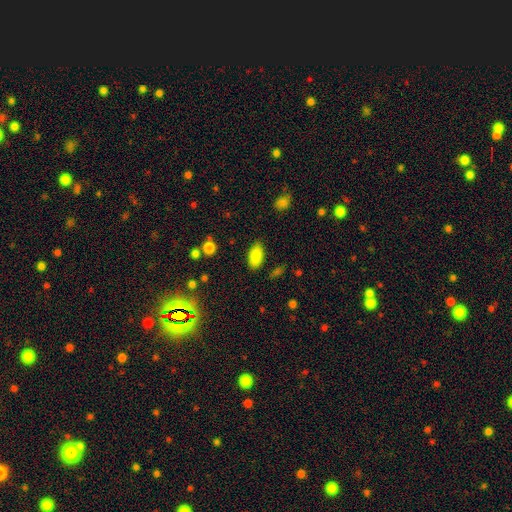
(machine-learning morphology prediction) Q: Smooth or featured?
A: smooth (86%); runner-up: star or artifact (9%)
Q: How rounded?
A: in between (93%); runner-up: cigar-shaped (4%)
Q: Merging?
A: none (82%); runner-up: minor disturbance (13%)